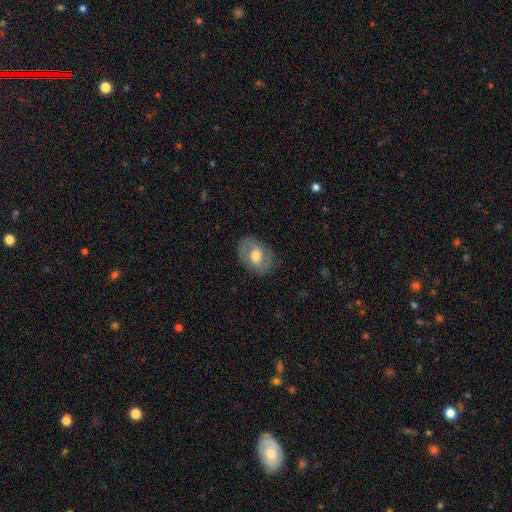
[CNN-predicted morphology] smooth-or-featured: featured or disk: 60% | smooth: 33% | star or artifact: 7%
  disk-edge-on: no: 96% | yes: 4%
    bar: weak: 43% | no: 41% | strong: 15%
    has-spiral-arms: yes: 72% | no: 28%
    bulge-size: moderate: 66% | large: 19% | small: 12% | none: 2% | dominant: 1%
  merging: none: 81% | minor disturbance: 13% | major disturbance: 5% | merger: 1%